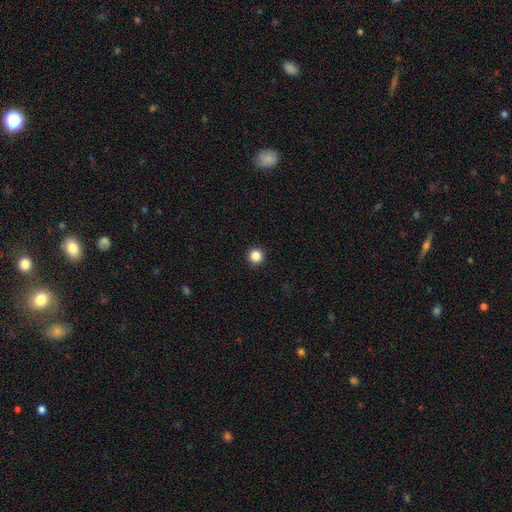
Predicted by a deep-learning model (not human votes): The model was most divided on "smooth or featured": smooth: 87%, star or artifact: 11%, featured or disk: 3%. More confident: how rounded — round (96%); merging — none (94%).